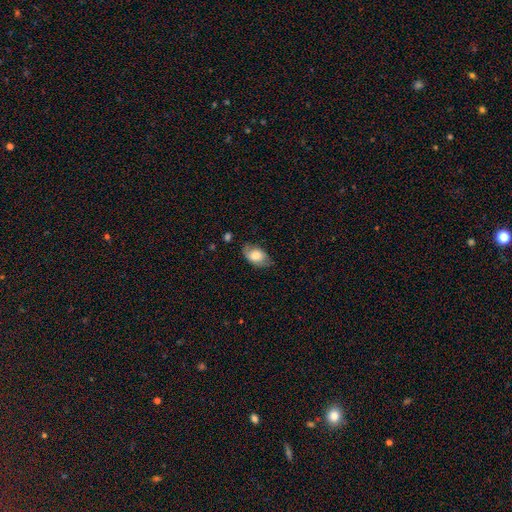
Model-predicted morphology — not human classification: smooth 66%, featured or disk 27%, star or artifact 8%. Down the decision tree: how rounded — in between (90%); merging — none (62%).